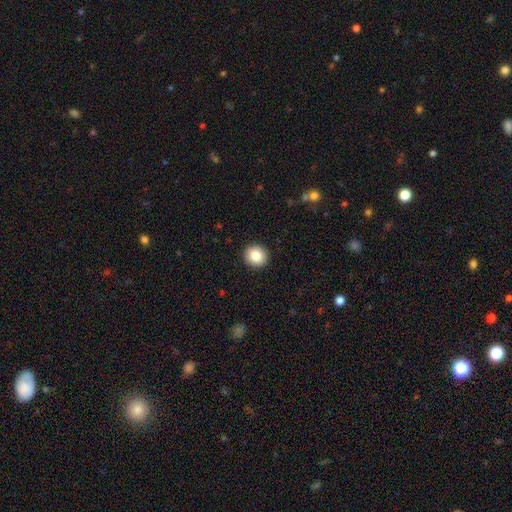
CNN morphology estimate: type=smooth (84%); roundness=round (90%); merging=none (93%).